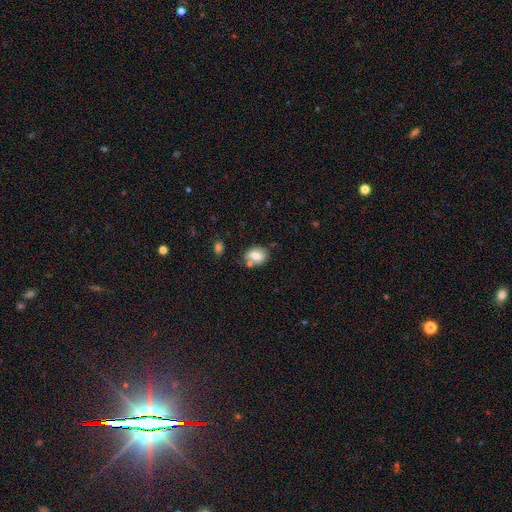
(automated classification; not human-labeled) This appears to be a smooth galaxy with no disk features (73%) that is in between round and cigar-shaped (63%). Merging: none (59%).